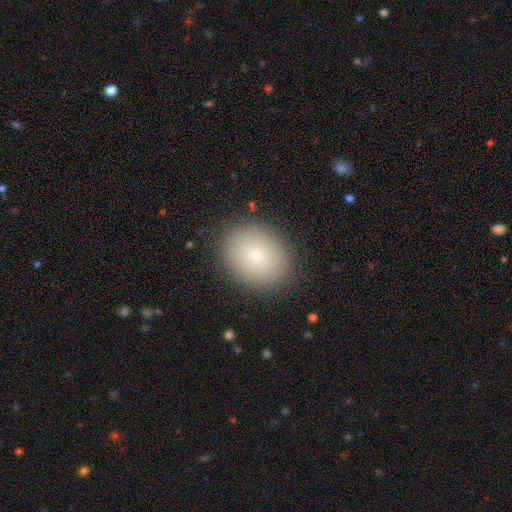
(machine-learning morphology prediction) A smooth galaxy with no disk features (79%) that is round (50%). Merging: none (88%).